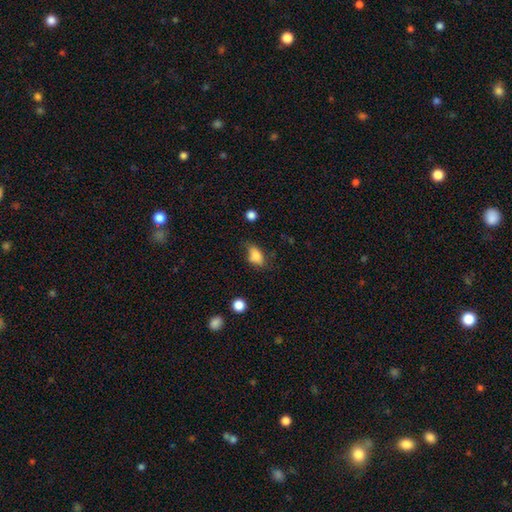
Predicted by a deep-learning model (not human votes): Smooth or featured? Predicted: smooth (p=0.81). How rounded? Predicted: in between (p=0.86). Merging? Predicted: none (p=0.55).